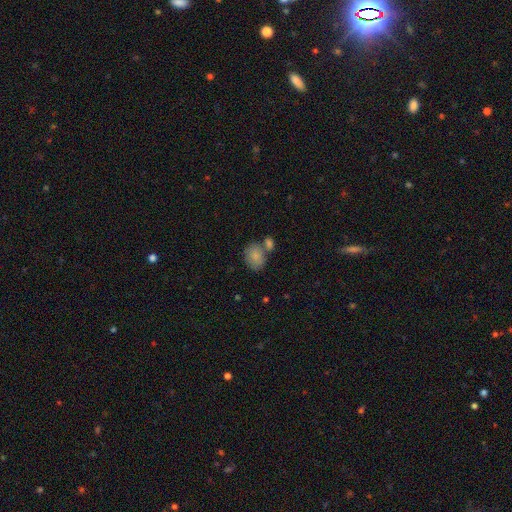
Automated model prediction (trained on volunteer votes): This is clearly a smooth galaxy (81%). How rounded: possibly in between (57%). Merging: possibly none (49%).